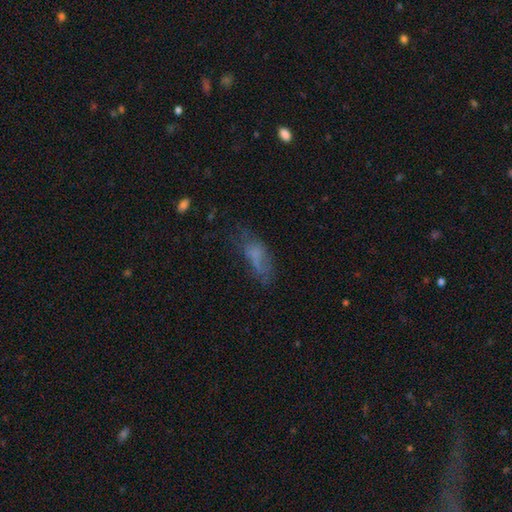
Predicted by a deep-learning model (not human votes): Overall: smooth (57%; featured or disk 28%). How rounded: in between (69%). Merging: none (42%; major disturbance 26%).